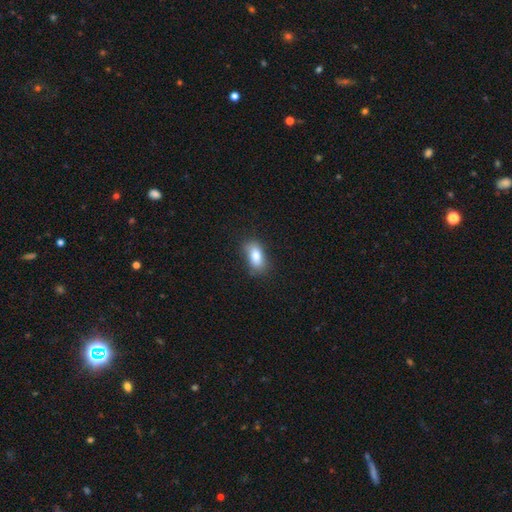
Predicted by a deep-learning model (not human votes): Smooth or featured: smooth — 82% (featured or disk — 10%)
How rounded: in between — 88% (cigar-shaped — 6%)
Merging: none — 71% (minor disturbance — 21%)